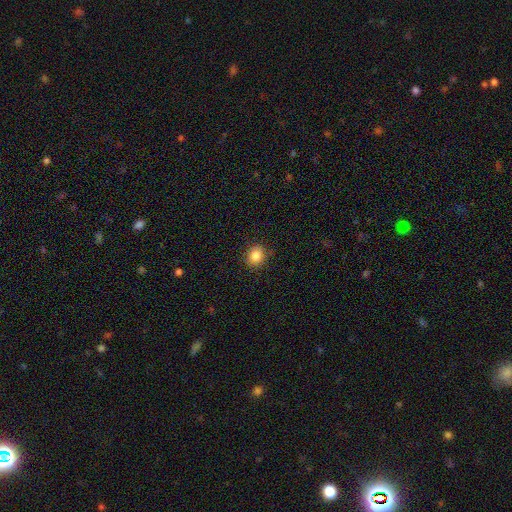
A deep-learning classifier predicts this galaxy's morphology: Smooth or featured? smooth (85%)
How rounded? round (70%)
Merging? none (88%)